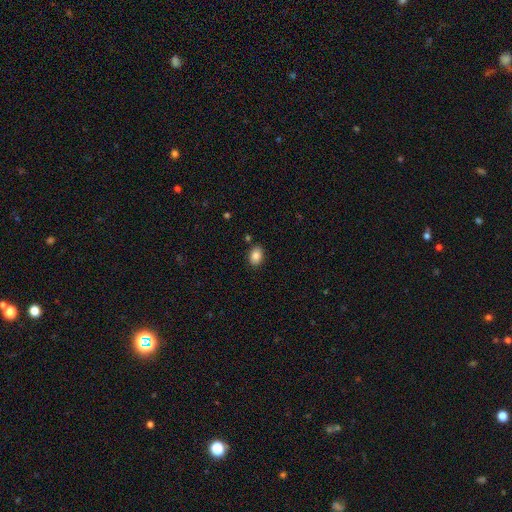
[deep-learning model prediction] smooth_or_featured: smooth (p=0.85) [alt: star or artifact p=0.08]
how_rounded: in between (p=0.79) [alt: round p=0.20]
merging: none (p=0.85) [alt: minor disturbance p=0.10]